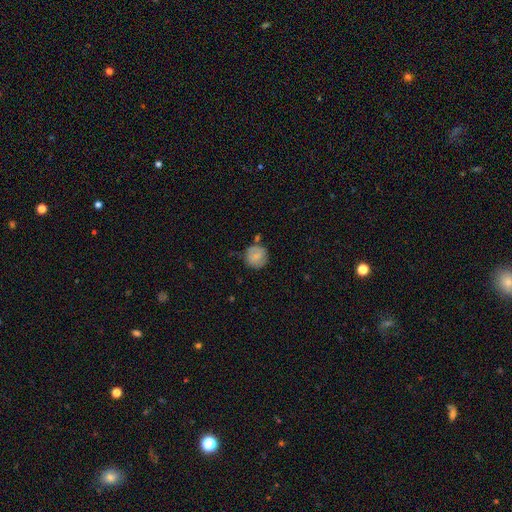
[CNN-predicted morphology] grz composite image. It shows a smooth galaxy with no disk features (68%) that is round (90%). Merging: none (68%).